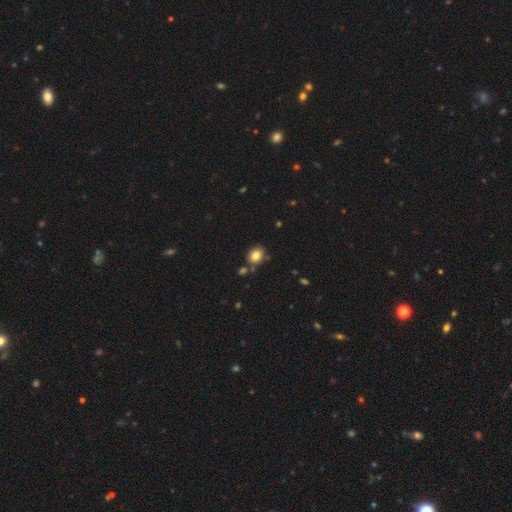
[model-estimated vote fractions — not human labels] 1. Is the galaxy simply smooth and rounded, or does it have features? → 82% smooth, 11% star or artifact, 7% featured or disk.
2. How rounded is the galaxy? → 62% round, 37% in between, 1% cigar-shaped.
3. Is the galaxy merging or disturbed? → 75% none, 13% minor disturbance, 10% merger, 3% major disturbance.